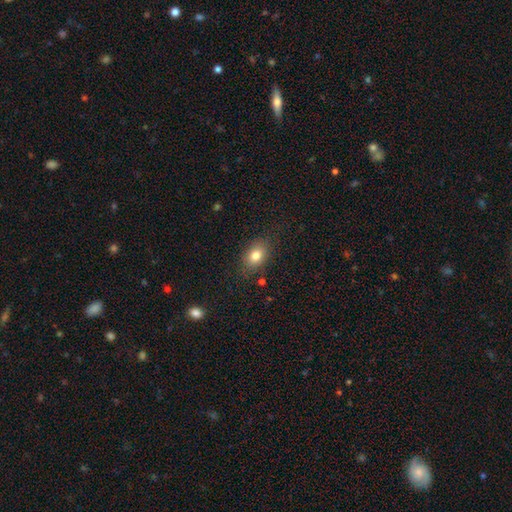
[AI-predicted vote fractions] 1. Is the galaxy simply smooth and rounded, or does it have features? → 80% smooth, 10% featured or disk, 10% star or artifact.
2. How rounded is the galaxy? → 75% in between, 24% round, 2% cigar-shaped.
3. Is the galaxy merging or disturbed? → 82% none, 13% minor disturbance, 4% major disturbance, 2% merger.